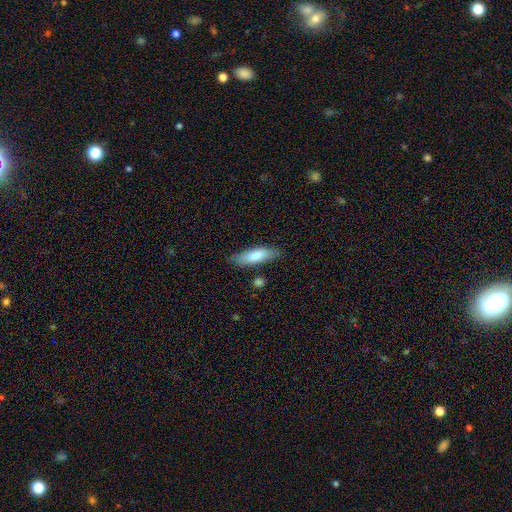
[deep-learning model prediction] Smooth or featured? Predicted: smooth (p=0.79). How rounded? Predicted: cigar-shaped (p=0.54). Merging? Predicted: none (p=0.81).